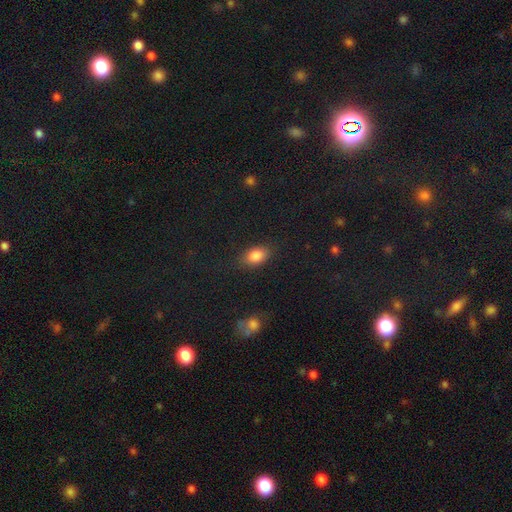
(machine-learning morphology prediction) Smooth or featured?
  - smooth: 84% *
  - star or artifact: 9%
  - featured or disk: 7%
How rounded?
  - in between: 84% *
  - round: 13%
  - cigar-shaped: 2%
Merging?
  - none: 83% *
  - minor disturbance: 12%
  - major disturbance: 3%
  - merger: 2%